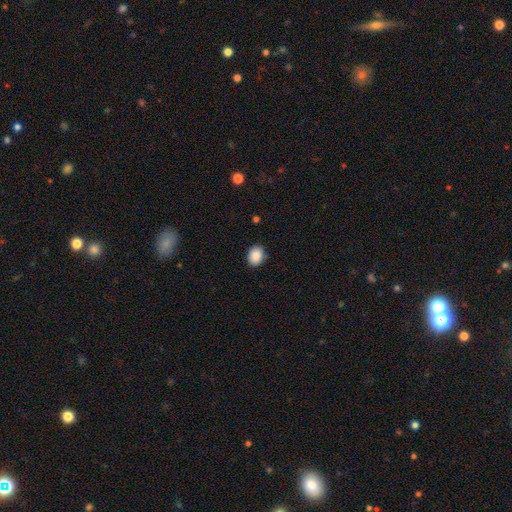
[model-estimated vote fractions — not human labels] This appears to be a smooth galaxy with no disk features (88%) that is in between round and cigar-shaped (55%). Merging: none (85%).